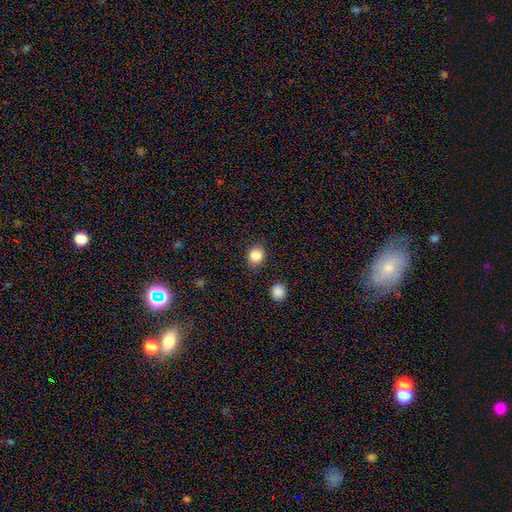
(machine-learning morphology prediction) Smooth or featured: smooth — 86% (star or artifact — 10%)
How rounded: round — 74% (in between — 25%)
Merging: none — 83% (minor disturbance — 11%)